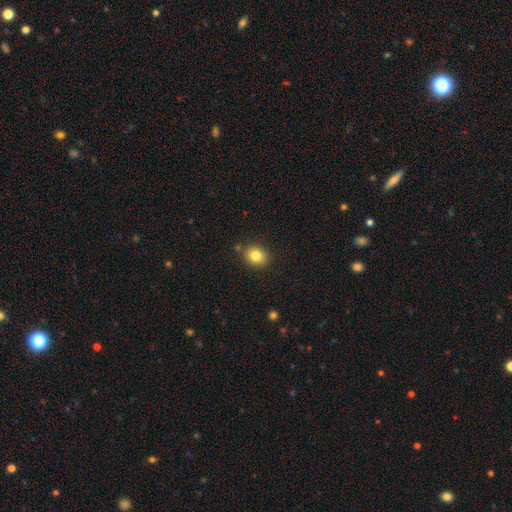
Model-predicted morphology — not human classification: Smooth or featured?
  - smooth: 84% *
  - star or artifact: 10%
  - featured or disk: 6%
How rounded?
  - round: 63% *
  - in between: 37%
  - cigar-shaped: 1%
Merging?
  - none: 85% *
  - minor disturbance: 9%
  - merger: 3%
  - major disturbance: 2%